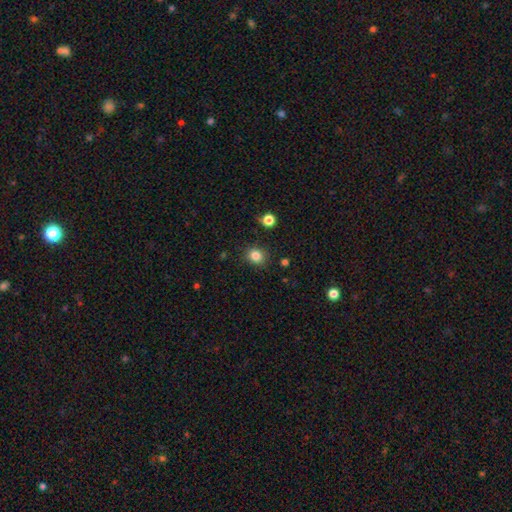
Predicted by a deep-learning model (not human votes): Overall: smooth (83%). How rounded: round (78%). Merging: none (88%).